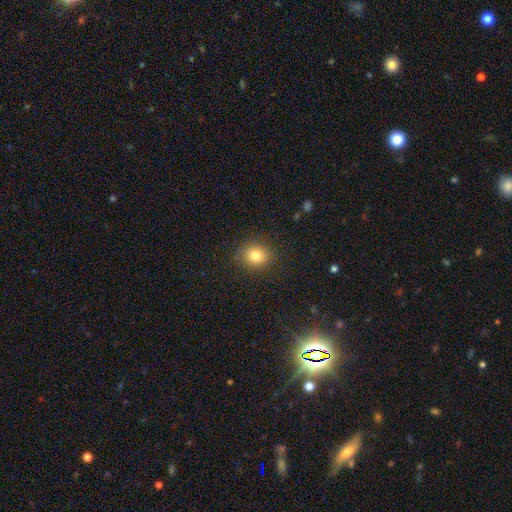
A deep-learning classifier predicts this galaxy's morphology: A smooth galaxy with no disk features (81%) that is round (78%). Merging: none (88%).